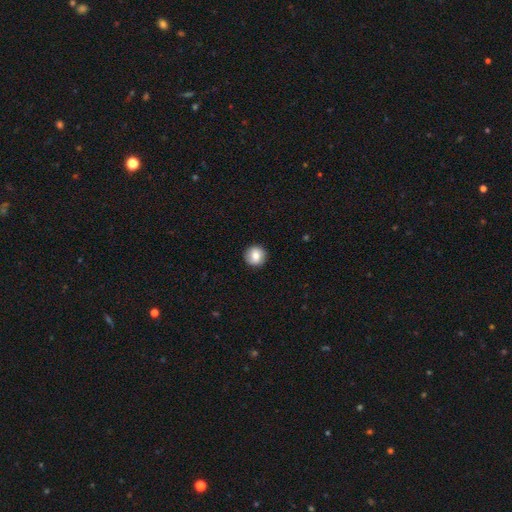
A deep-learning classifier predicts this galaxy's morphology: The model was most divided on "smooth or featured": smooth: 75%, featured or disk: 17%, star or artifact: 8%. More confident: how rounded — round (94%); merging — none (90%).